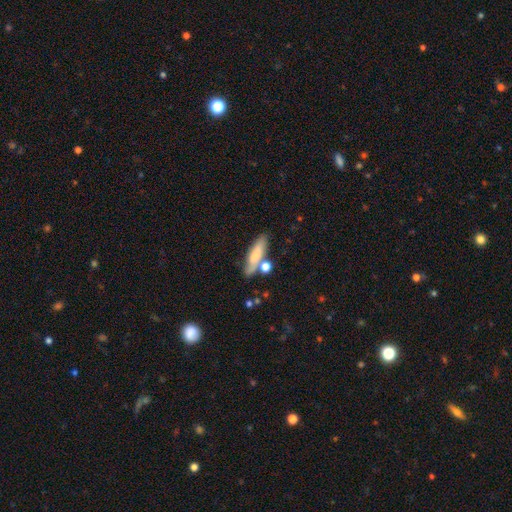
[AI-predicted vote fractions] A smooth galaxy with no disk features (71%) that is cigar-shaped (65%). Merging: none (64%).